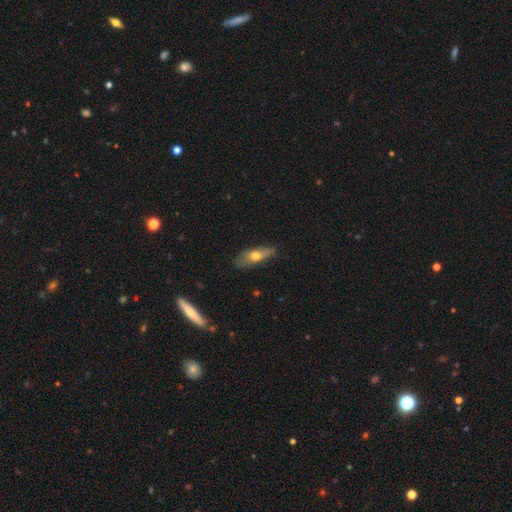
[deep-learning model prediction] smooth-or-featured: smooth: 58% | featured or disk: 35% | star or artifact: 7%
  how-rounded: in between: 65% | cigar-shaped: 31% | round: 4%
  merging: none: 64% | minor disturbance: 27% | major disturbance: 7% | merger: 2%